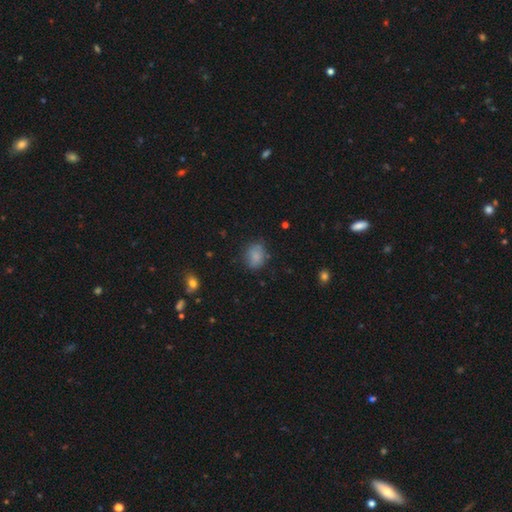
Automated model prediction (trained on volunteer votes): Q: Smooth or featured?
A: smooth (80%); runner-up: star or artifact (10%)
Q: How rounded?
A: in between (50%); runner-up: round (48%)
Q: Merging?
A: none (72%); runner-up: minor disturbance (20%)